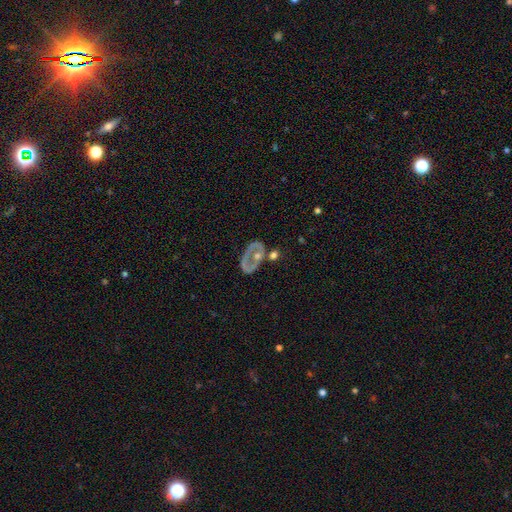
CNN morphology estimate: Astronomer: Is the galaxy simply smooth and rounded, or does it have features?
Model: featured or disk — 65%.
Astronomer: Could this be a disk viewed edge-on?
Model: no — 94%.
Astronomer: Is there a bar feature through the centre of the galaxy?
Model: no — 79%.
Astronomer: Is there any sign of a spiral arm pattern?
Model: no — 80%.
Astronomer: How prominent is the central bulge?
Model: moderate — 57%.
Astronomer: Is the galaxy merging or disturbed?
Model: none — 53%.